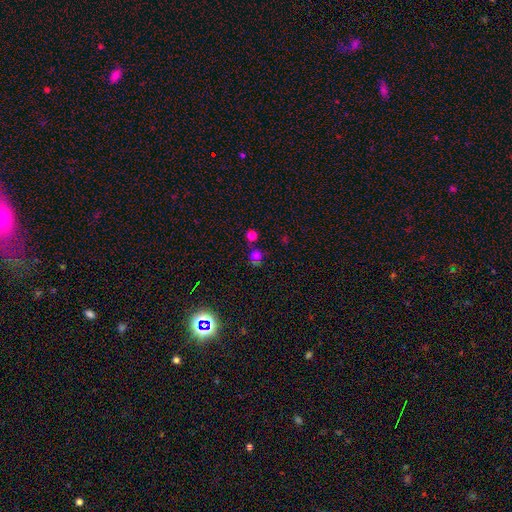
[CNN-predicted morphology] Overall: smooth (62%; star or artifact 29%). How rounded: round (86%). Merging: none (61%).